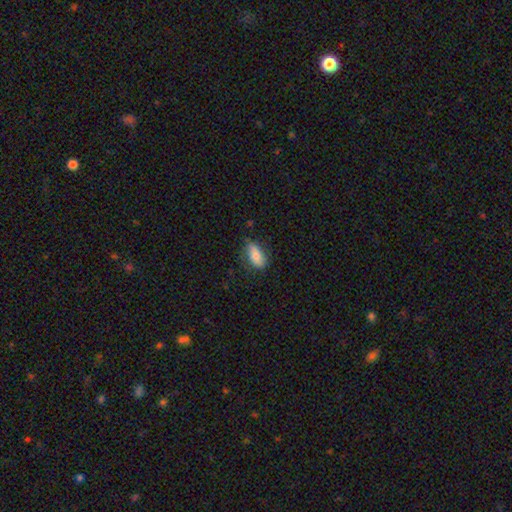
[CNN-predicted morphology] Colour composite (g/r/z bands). It shows a smooth galaxy with no disk features (76%) that is in between round and cigar-shaped (89%). Merging: none (68%).